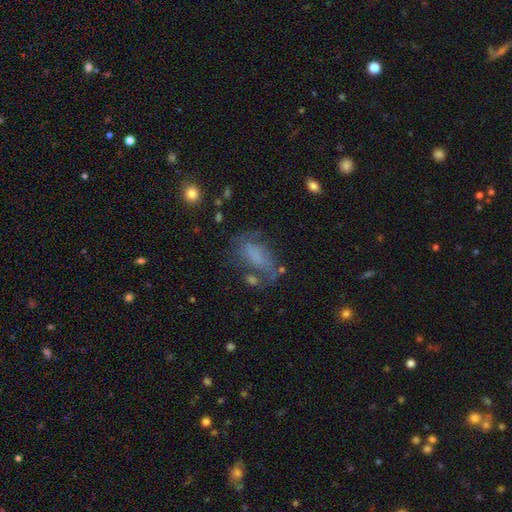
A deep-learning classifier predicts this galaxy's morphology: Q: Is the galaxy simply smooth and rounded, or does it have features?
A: smooth — 48%.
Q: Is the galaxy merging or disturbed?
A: none — 44%.